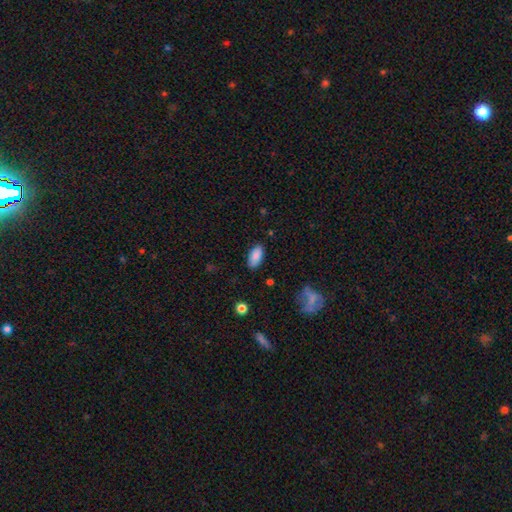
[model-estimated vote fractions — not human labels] smooth 86%, star or artifact 7%, featured or disk 7%. Down the decision tree: how rounded — in between (92%); merging — none (84%).